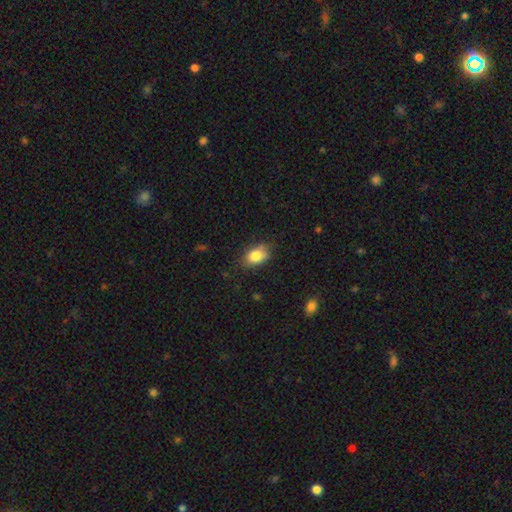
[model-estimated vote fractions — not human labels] Morphology: type=smooth (82%); roundness=in between (84%); merging=none (71%).